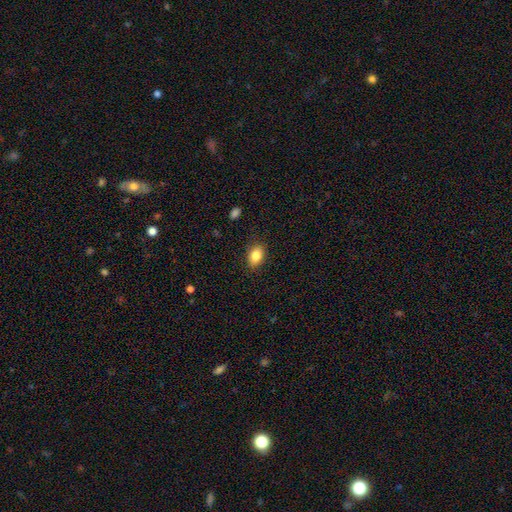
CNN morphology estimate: Smooth or featured? Predicted: smooth (p=0.85). How rounded? Predicted: in between (p=0.81). Merging? Predicted: none (p=0.86).